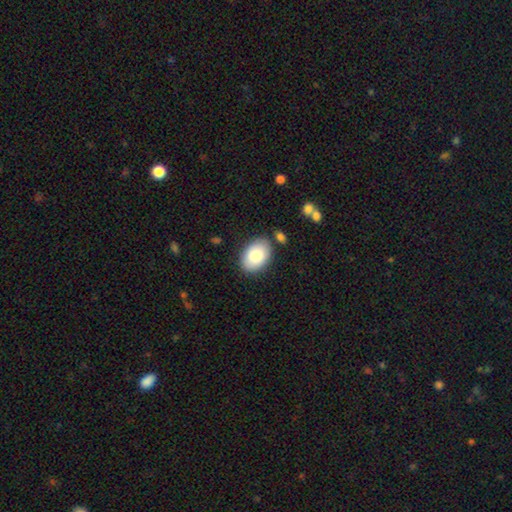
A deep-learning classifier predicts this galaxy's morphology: Overall: smooth (87%). How rounded: in between (87%). Merging: none (83%).